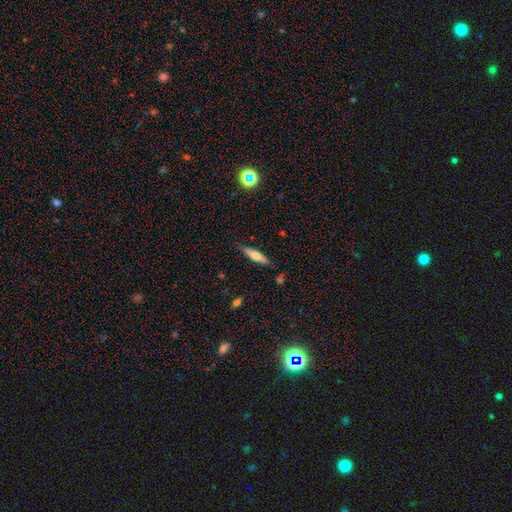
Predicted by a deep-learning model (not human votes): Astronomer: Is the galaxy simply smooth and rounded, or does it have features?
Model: smooth — 51% (runner-up: featured or disk, 42%).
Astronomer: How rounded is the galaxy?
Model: cigar-shaped — 77%.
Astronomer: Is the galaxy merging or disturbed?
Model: none — 81%.